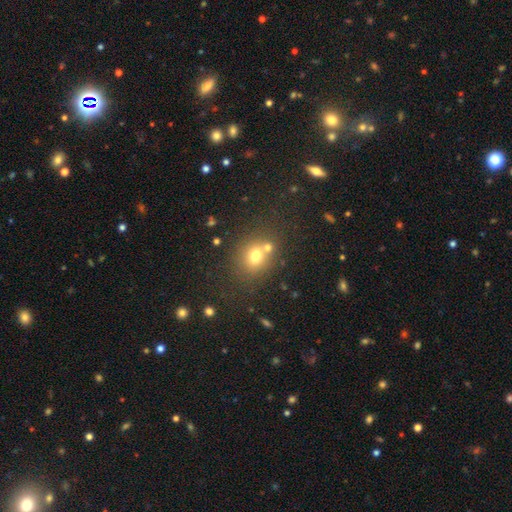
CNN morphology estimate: This appears to be a smooth galaxy with no disk features (71%) that is round (61%). Merging: none (56%).